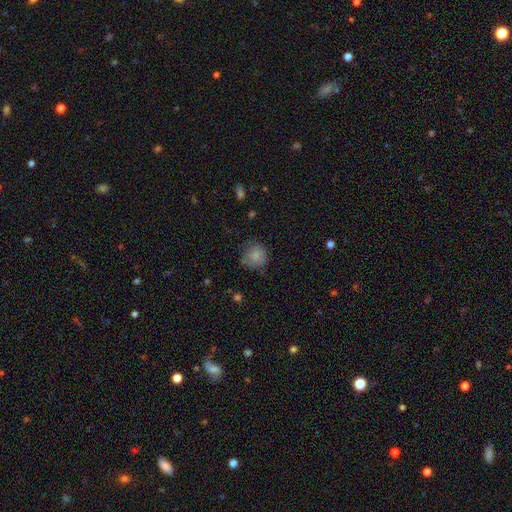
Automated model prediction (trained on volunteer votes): Overall: smooth (81%). How rounded: round (88%). Merging: none (70%).